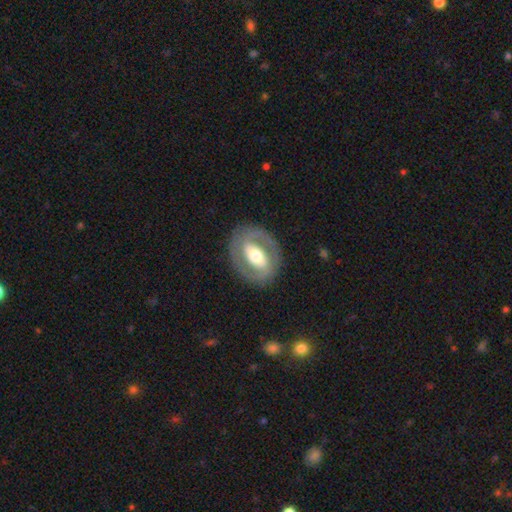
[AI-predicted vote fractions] Q: Smooth or featured?
A: featured or disk (70%); runner-up: smooth (25%)
Q: Edge-on disk?
A: no (95%); runner-up: yes (5%)
Q: Bar?
A: strong (37%); runner-up: no (33%)
Q: Spiral arms?
A: yes (53%); runner-up: no (47%)
Q: Bulge size?
A: moderate (60%); runner-up: large (24%)
Q: Merging?
A: none (84%); runner-up: minor disturbance (10%)